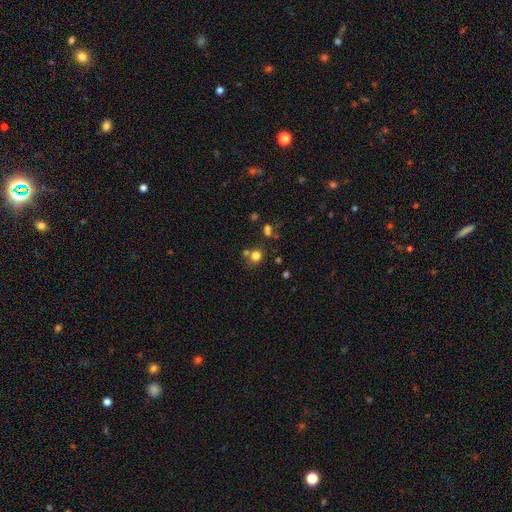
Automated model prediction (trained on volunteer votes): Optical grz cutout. It shows a smooth galaxy with no disk features (77%) that is round (83%). Merging: none (64%).